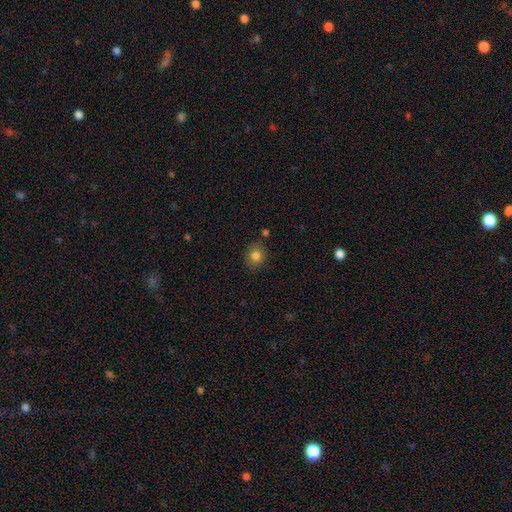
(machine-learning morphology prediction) smooth 81%, star or artifact 12%, featured or disk 8%. Down the decision tree: how rounded — round (70%); merging — none (83%).